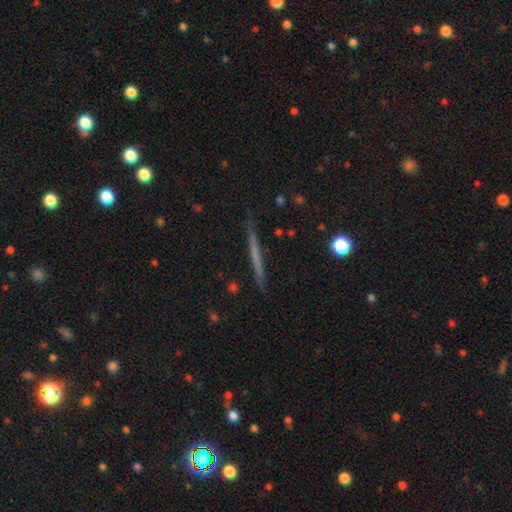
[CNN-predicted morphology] Q: Smooth or featured?
A: smooth (47%); runner-up: featured or disk (46%)
Q: Merging?
A: none (89%); runner-up: minor disturbance (8%)